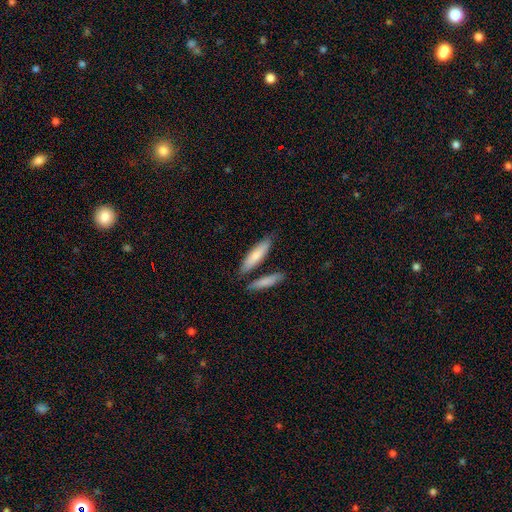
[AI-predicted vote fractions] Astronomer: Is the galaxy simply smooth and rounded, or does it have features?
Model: smooth — 78%.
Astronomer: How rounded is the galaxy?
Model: cigar-shaped — 69%.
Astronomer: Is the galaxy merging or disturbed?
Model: none — 73%.